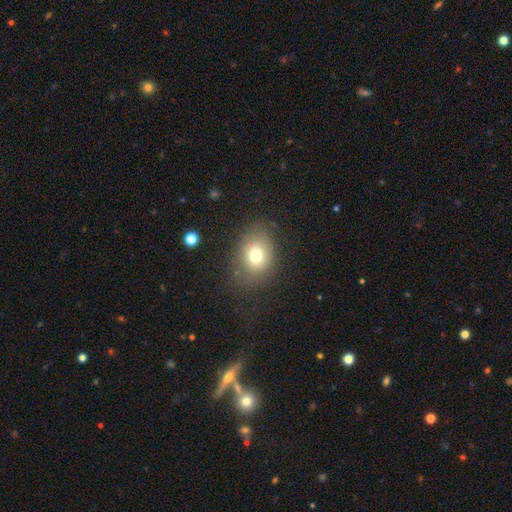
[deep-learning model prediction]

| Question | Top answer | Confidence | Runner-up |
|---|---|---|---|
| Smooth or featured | smooth | 73% | featured or disk (14%) |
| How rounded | in between | 56% | round (43%) |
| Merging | none | 71% | minor disturbance (18%) |